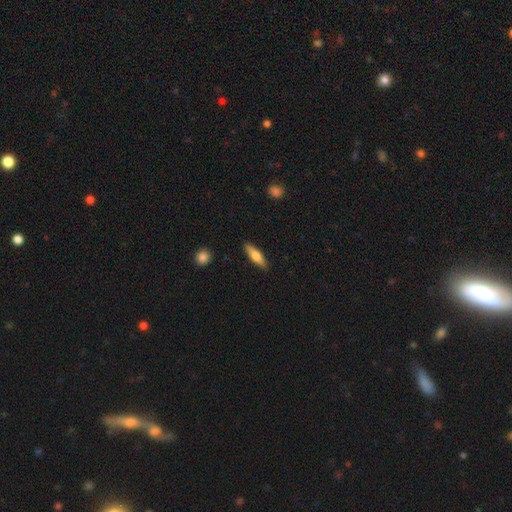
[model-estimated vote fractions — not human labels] A smooth galaxy with no disk features (63%) that is cigar-shaped (59%). Merging: none (88%).